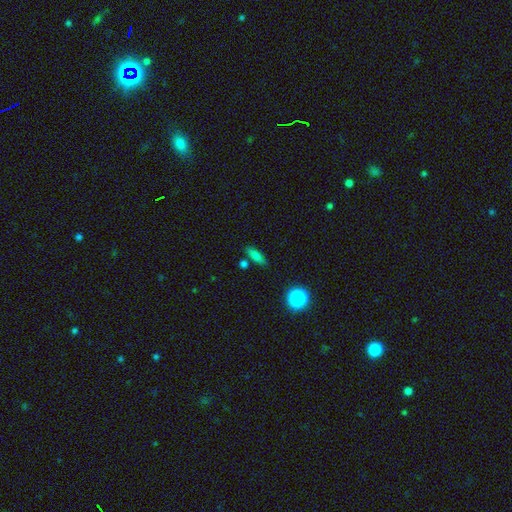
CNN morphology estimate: This appears to be a smooth galaxy with no disk features (74%) that is cigar-shaped (50%). Merging: none (79%).